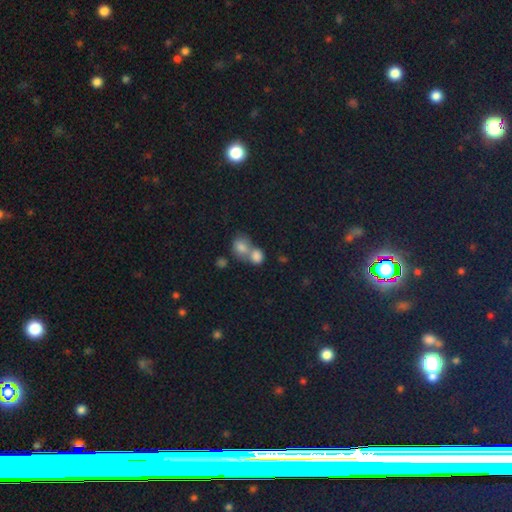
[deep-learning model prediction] smooth 79%, star or artifact 11%, featured or disk 10%. Down the decision tree: how rounded — round (61%); merging — merger (67%).